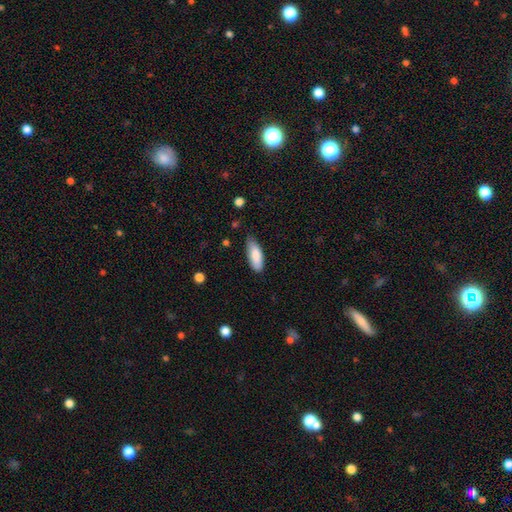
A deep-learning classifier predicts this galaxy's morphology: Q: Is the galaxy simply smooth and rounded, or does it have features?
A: smooth — 85%.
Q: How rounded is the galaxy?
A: in between — 71%.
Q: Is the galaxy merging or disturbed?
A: none — 74%.